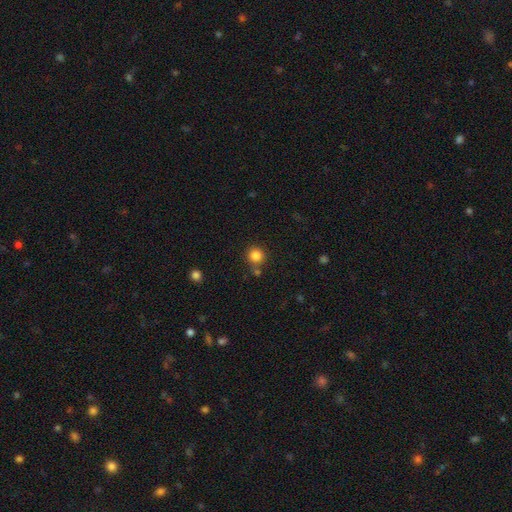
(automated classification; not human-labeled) Morphology: type=smooth (83%); roundness=round (92%); merging=none (76%).